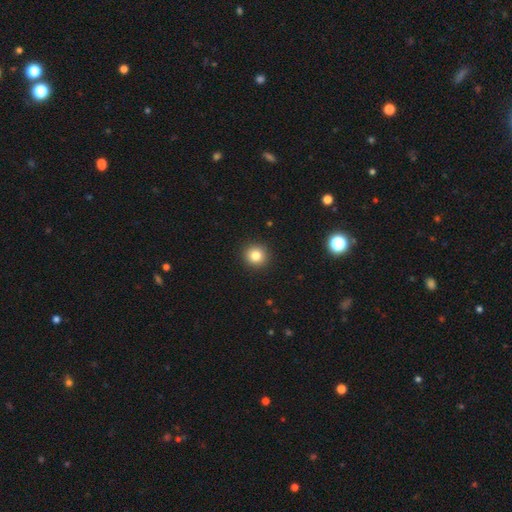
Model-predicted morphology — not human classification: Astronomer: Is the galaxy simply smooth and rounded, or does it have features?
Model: smooth — 82%.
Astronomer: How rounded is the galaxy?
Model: round — 93%.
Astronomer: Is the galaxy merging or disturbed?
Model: none — 93%.